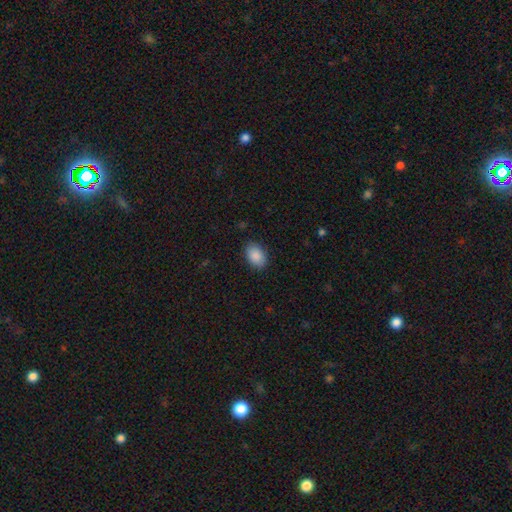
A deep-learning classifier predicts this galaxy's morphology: Overall: smooth (89%). How rounded: in between (87%). Merging: none (87%).